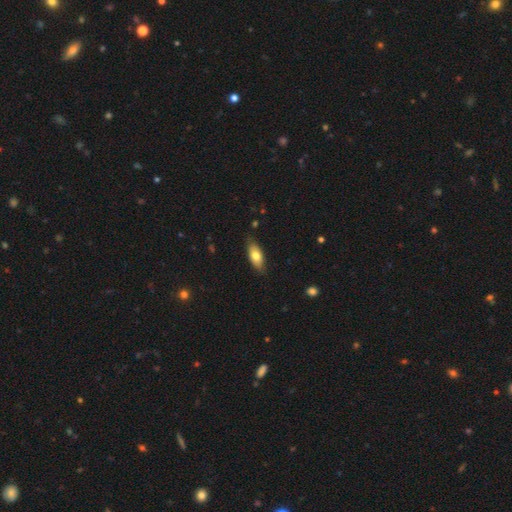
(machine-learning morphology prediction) A smooth galaxy with no disk features (73%) that is in between round and cigar-shaped (79%). Merging: none (81%).